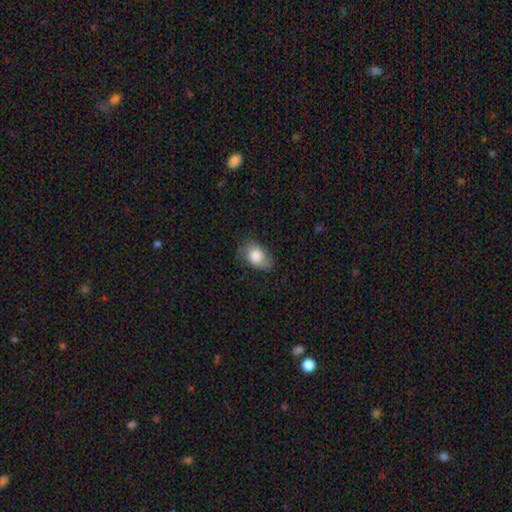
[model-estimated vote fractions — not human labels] The model was most divided on "merging": none: 69%, minor disturbance: 24%, major disturbance: 6%, merger: 1%. More confident: how rounded — in between (86%); smooth or featured — smooth (81%).